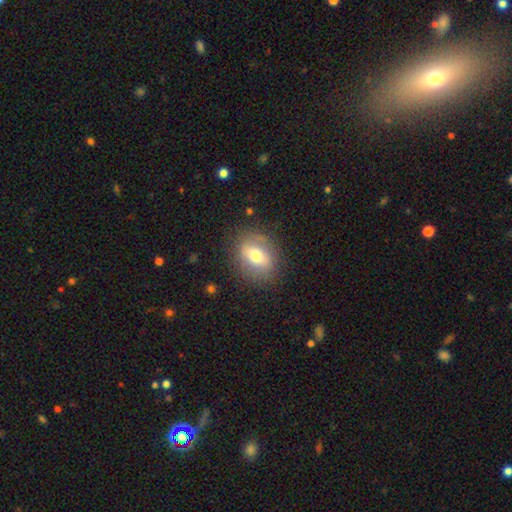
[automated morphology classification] Smooth or featured: smooth — 55% (featured or disk — 37%)
How rounded: in between — 54% (round — 44%)
Merging: none — 77% (minor disturbance — 15%)